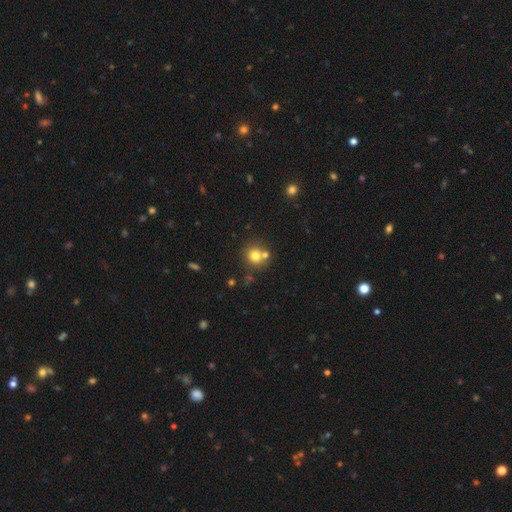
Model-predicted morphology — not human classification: This appears to be a smooth galaxy with no disk features (76%) that is round (87%). Merging: none (61%).